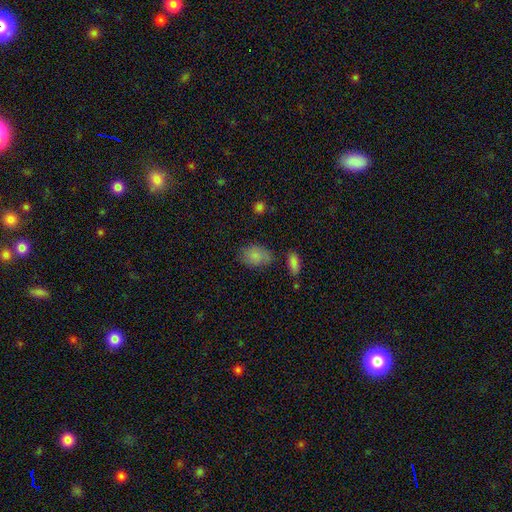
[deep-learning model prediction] The model was most divided on "merging": none: 72%, minor disturbance: 18%, merger: 6%, major disturbance: 5%. More confident: smooth or featured — smooth (85%); how rounded — in between (84%).